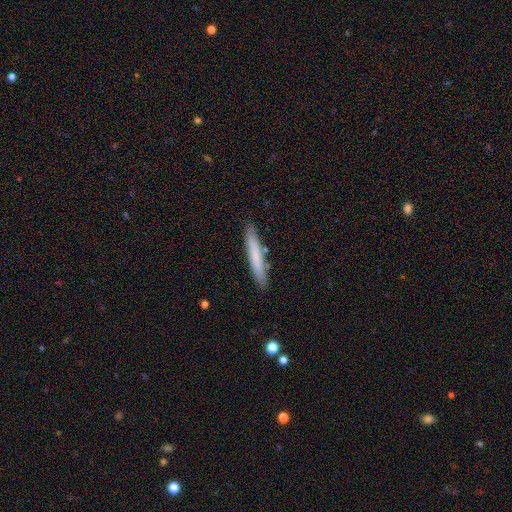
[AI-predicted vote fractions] Smooth or featured: smooth — 72% (featured or disk — 22%)
How rounded: cigar-shaped — 95% (in between — 4%)
Merging: none — 88% (minor disturbance — 8%)